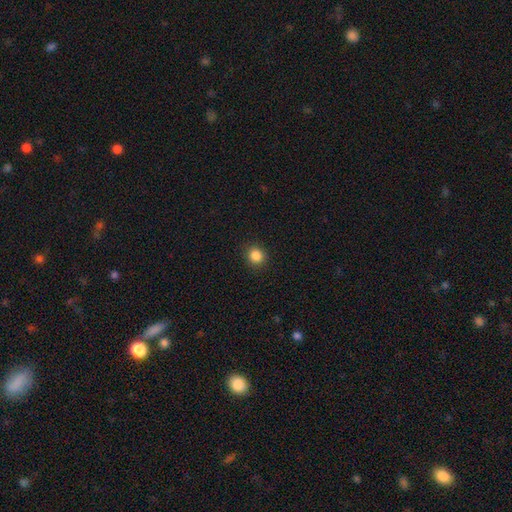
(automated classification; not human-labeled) Q: Smooth or featured?
A: smooth (85%); runner-up: star or artifact (11%)
Q: How rounded?
A: round (86%); runner-up: in between (13%)
Q: Merging?
A: none (90%); runner-up: minor disturbance (7%)